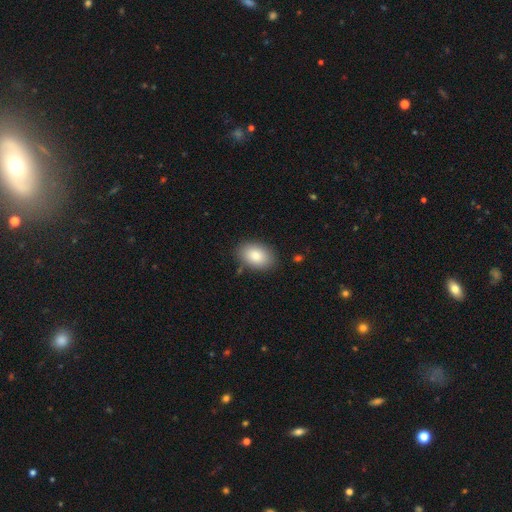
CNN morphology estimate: smooth_or_featured: smooth (p=0.84) [alt: featured or disk p=0.09]
how_rounded: in between (p=0.87) [alt: round p=0.12]
merging: none (p=0.84) [alt: minor disturbance p=0.11]